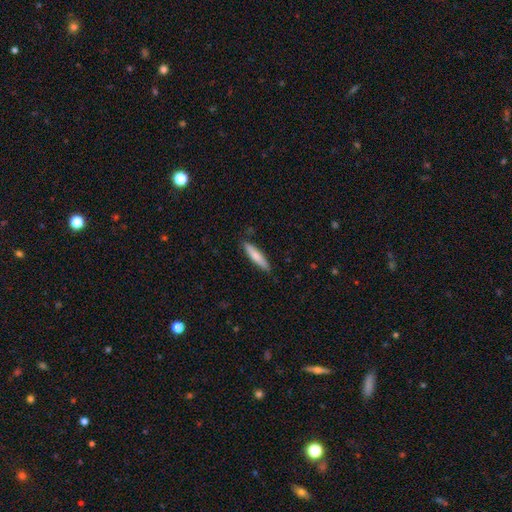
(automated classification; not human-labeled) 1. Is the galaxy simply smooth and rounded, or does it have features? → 76% smooth, 19% featured or disk, 5% star or artifact.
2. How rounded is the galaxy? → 85% cigar-shaped, 14% in between, 1% round.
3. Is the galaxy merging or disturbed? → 87% none, 10% minor disturbance, 2% major disturbance, 1% merger.